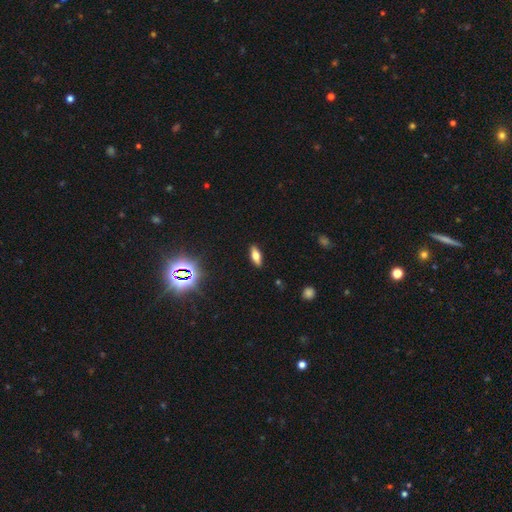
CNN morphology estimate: Smooth or featured? smooth (61%)
How rounded? in between (70%)
Merging? none (89%)